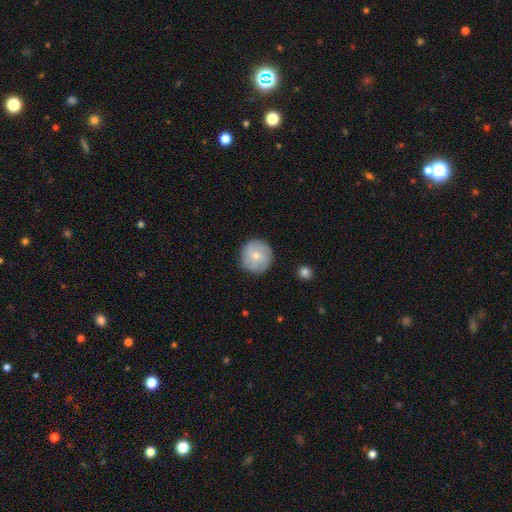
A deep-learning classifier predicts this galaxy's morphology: Q: Smooth or featured?
A: featured or disk (47%); runner-up: smooth (45%)
Q: Merging?
A: none (85%); runner-up: minor disturbance (11%)